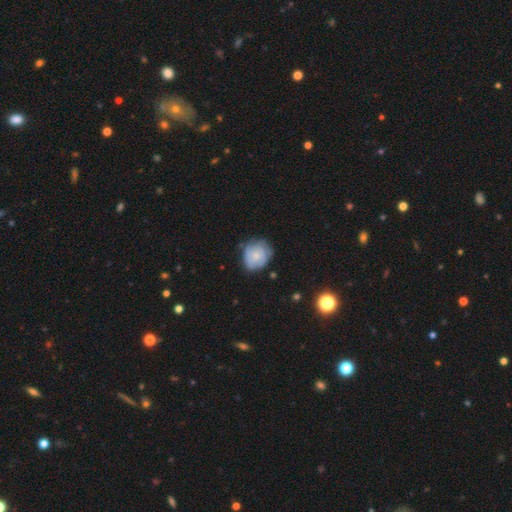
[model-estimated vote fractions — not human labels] This is possibly a smooth galaxy (54%). How rounded: likely round (71%). Merging: possibly none (60%).